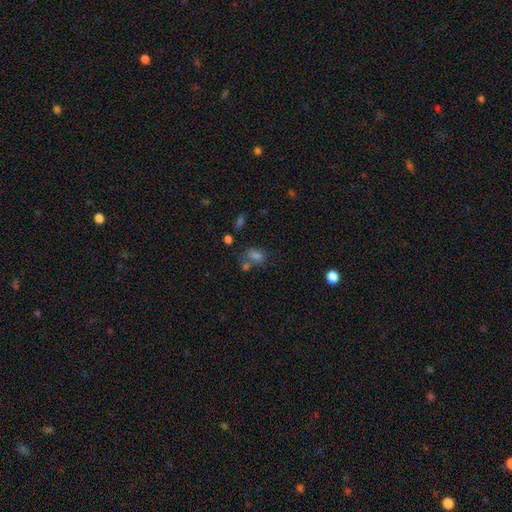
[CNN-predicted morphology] Smooth or featured?
  - smooth: 67% *
  - star or artifact: 23%
  - featured or disk: 10%
How rounded?
  - in between: 66% *
  - round: 31%
  - cigar-shaped: 2%
Merging?
  - none: 52% *
  - merger: 25%
  - minor disturbance: 15%
  - major disturbance: 8%